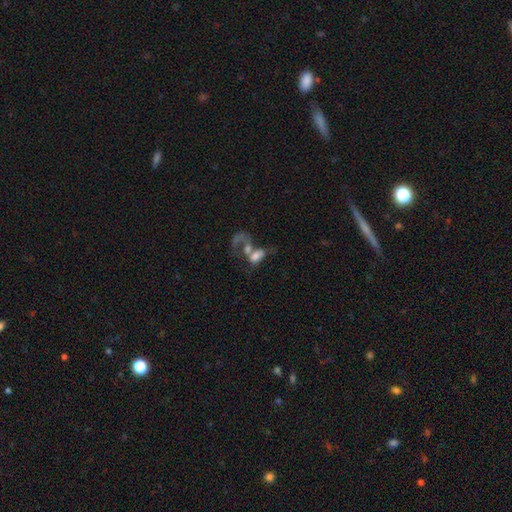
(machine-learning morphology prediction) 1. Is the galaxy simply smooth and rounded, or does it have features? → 51% smooth, 38% featured or disk, 11% star or artifact.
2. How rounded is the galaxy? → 82% in between, 14% round, 4% cigar-shaped.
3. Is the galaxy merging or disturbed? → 61% merger, 21% major disturbance, 12% none, 6% minor disturbance.